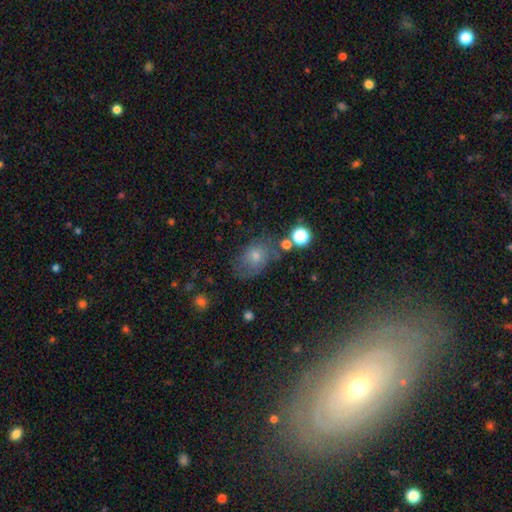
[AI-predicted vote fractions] Morphology: type=smooth (49%); merging=none (61%).